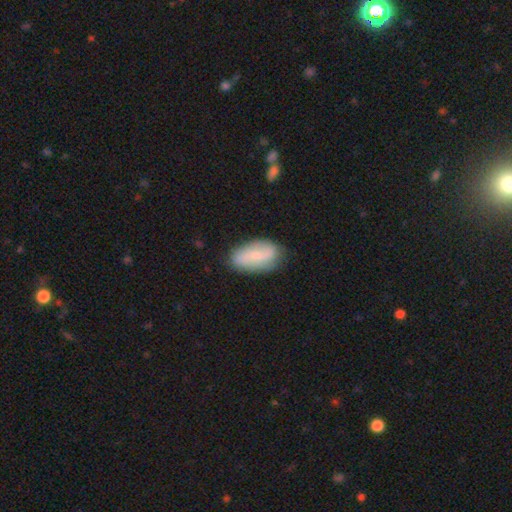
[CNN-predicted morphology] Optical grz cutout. It shows a smooth galaxy with no disk features (50%) that is in between round and cigar-shaped (90%). Merging: none (80%).